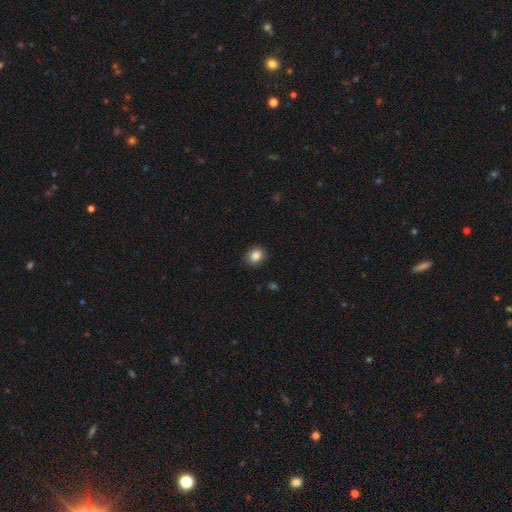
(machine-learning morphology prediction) A smooth galaxy with no disk features (87%) that is round (61%).

Vote fractions:
- Smooth or featured? smooth: 87% / star or artifact: 9% / featured or disk: 4%
- How rounded? round: 61% / in between: 38% / cigar-shaped: 1%
- Merging? none: 87% / minor disturbance: 10% / major disturbance: 2% / merger: 1%